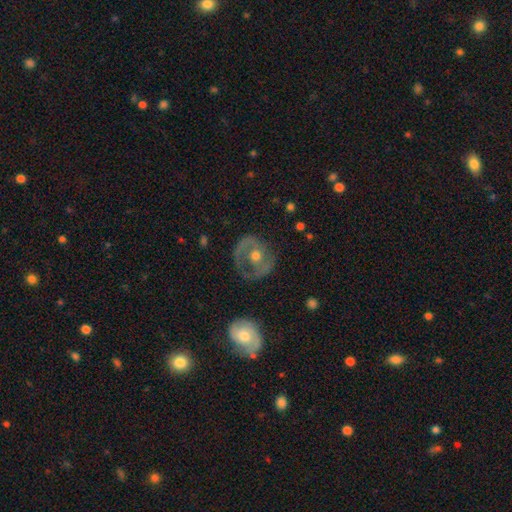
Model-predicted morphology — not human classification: This is likely a featured or disk galaxy (65%). It is clearly not viewed edge-on (96%). Bar: likely no (65%). Spiral arm pattern: possibly yes (52%). Central bulge: likely moderate (74%). Merging: likely none (67%).